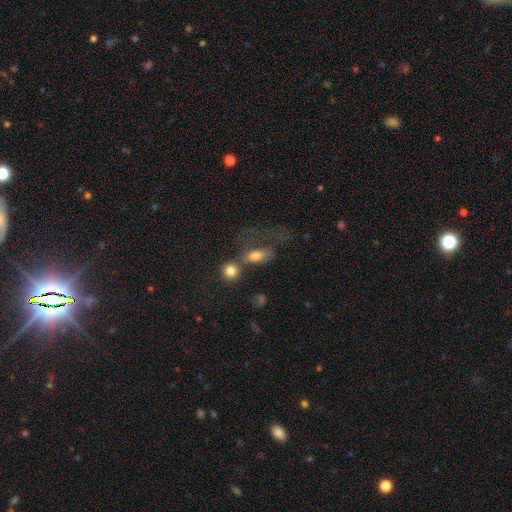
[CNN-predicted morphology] type=smooth (73%); roundness=in between (73%); merging=merger (33%).